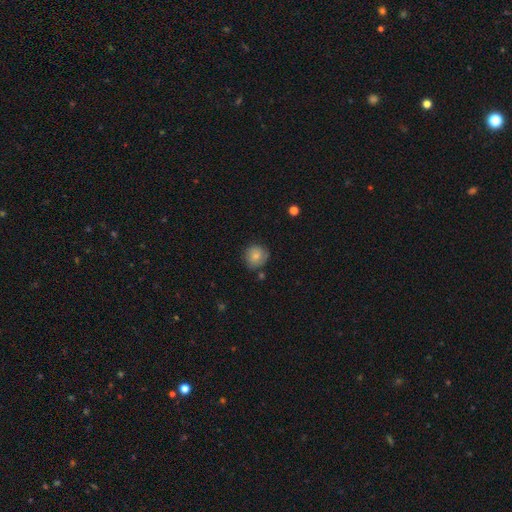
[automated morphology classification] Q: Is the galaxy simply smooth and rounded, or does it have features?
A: smooth — 77%.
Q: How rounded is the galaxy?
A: round — 87%.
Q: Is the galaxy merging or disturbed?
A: none — 73%.